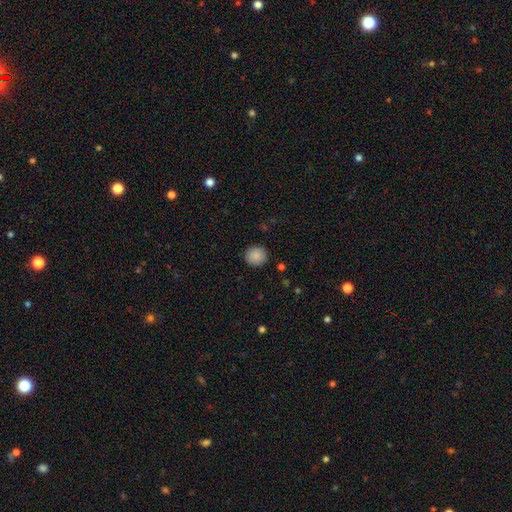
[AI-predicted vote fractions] The model was most divided on "smooth or featured": smooth: 88%, star or artifact: 8%, featured or disk: 3%. More confident: merging — none (91%); how rounded — round (91%).